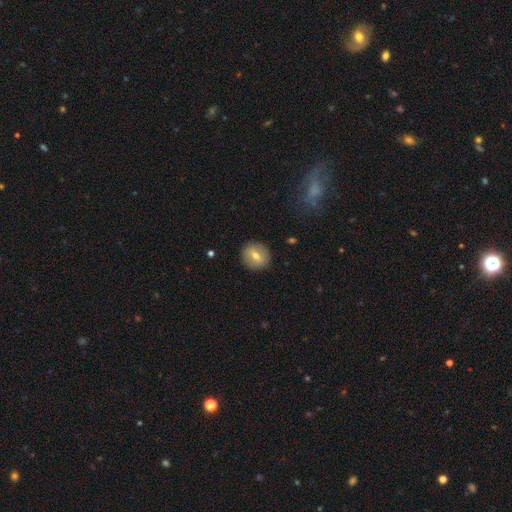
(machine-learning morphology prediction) type=smooth (56%); roundness=round (86%); merging=none (89%).